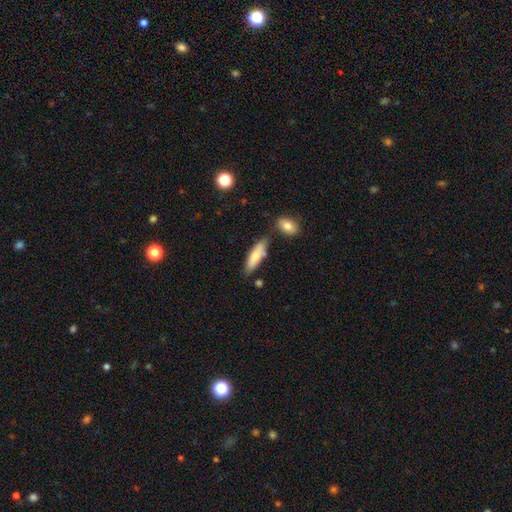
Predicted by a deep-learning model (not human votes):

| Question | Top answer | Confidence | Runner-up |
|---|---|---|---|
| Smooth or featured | smooth | 73% | featured or disk (21%) |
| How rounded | cigar-shaped | 59% | in between (39%) |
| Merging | none | 69% | minor disturbance (16%) |